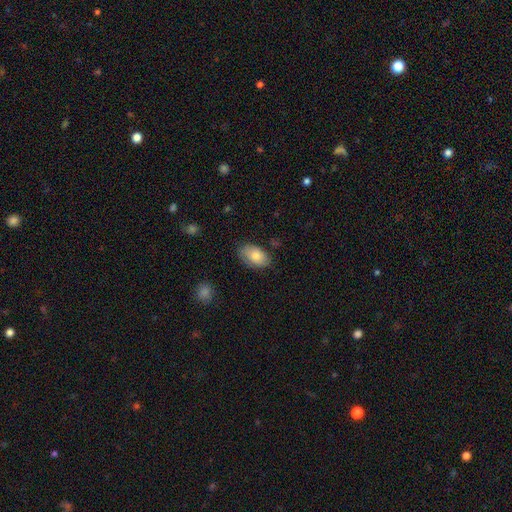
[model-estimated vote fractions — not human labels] Morphology: type=smooth (77%); roundness=in between (92%); merging=none (74%).